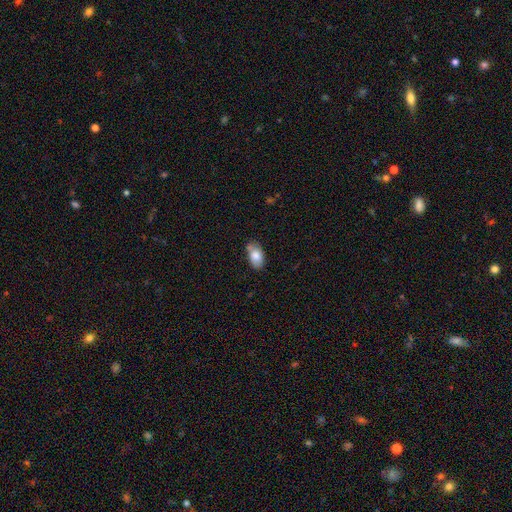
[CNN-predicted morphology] A smooth galaxy with no disk features (79%) that is in between round and cigar-shaped (93%). Merging: none (64%).